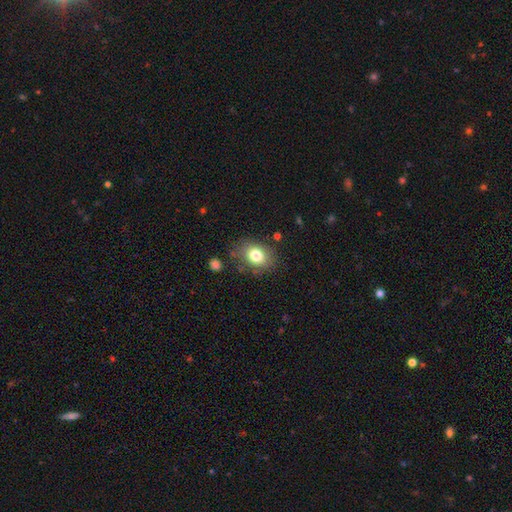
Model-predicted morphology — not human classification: smooth-or-featured: smooth: 78% | star or artifact: 11% | featured or disk: 11%
  how-rounded: in between: 61% | round: 38% | cigar-shaped: 1%
  merging: none: 78% | minor disturbance: 15% | major disturbance: 4% | merger: 3%